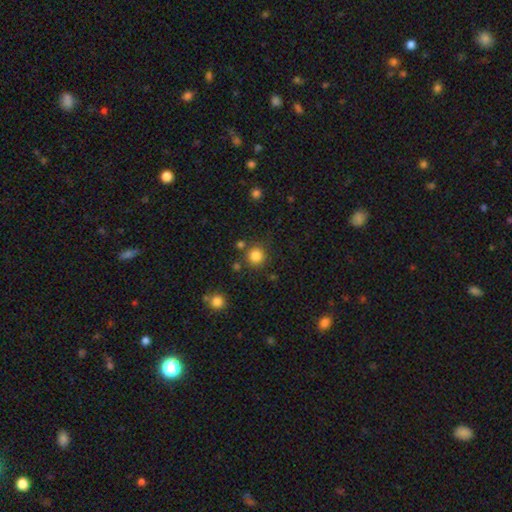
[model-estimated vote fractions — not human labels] Smooth or featured?
  - smooth: 84% *
  - star or artifact: 12%
  - featured or disk: 4%
How rounded?
  - round: 94% *
  - in between: 5%
  - cigar-shaped: 1%
Merging?
  - none: 83% *
  - minor disturbance: 8%
  - merger: 6%
  - major disturbance: 3%